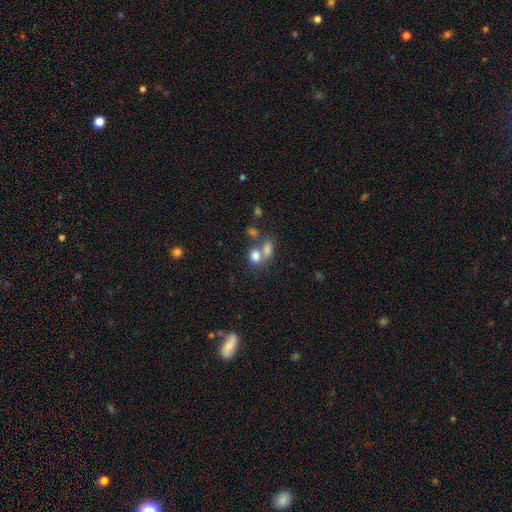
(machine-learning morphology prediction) smooth-or-featured: smooth: 76% | star or artifact: 12% | featured or disk: 12%
  how-rounded: in between: 54% | round: 44% | cigar-shaped: 2%
  merging: merger: 51% | none: 34% | minor disturbance: 9% | major disturbance: 6%